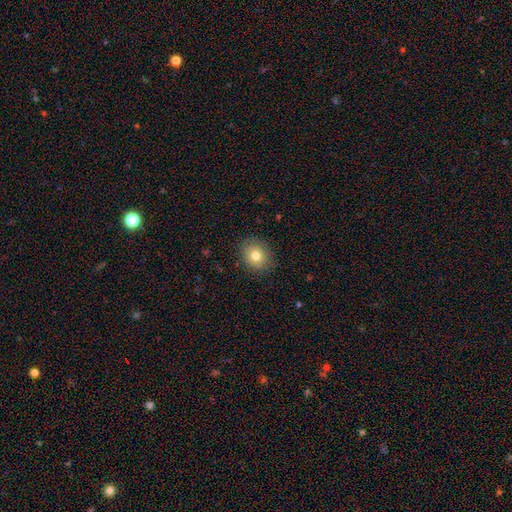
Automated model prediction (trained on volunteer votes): A smooth galaxy with no disk features (78%) that is round (70%).

Vote fractions:
- Smooth or featured? smooth: 78% / featured or disk: 11% / star or artifact: 11%
- How rounded? round: 70% / in between: 29% / cigar-shaped: 1%
- Merging? none: 88% / minor disturbance: 9% / major disturbance: 3% / merger: 1%